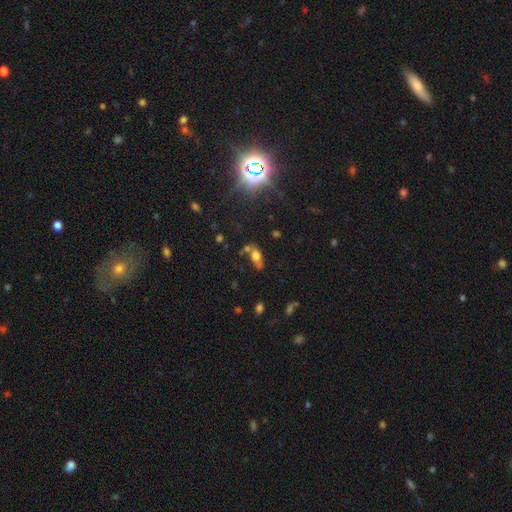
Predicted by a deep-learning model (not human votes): Smooth or featured? smooth (64%)
How rounded? in between (80%)
Merging? none (54%)